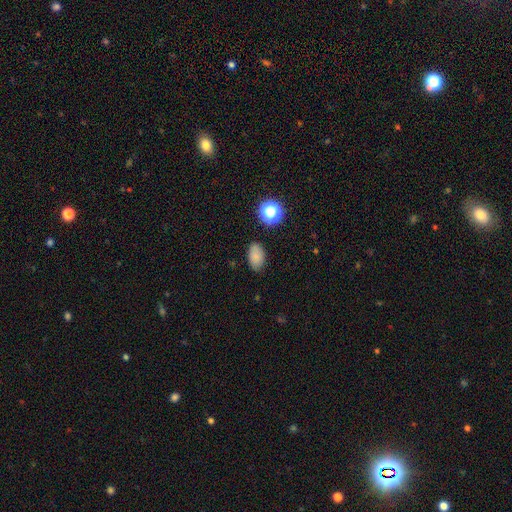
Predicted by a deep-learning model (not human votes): smooth-or-featured: smooth: 82% | star or artifact: 12% | featured or disk: 6%
  how-rounded: in between: 89% | round: 10% | cigar-shaped: 1%
  merging: none: 82% | minor disturbance: 13% | major disturbance: 3% | merger: 2%